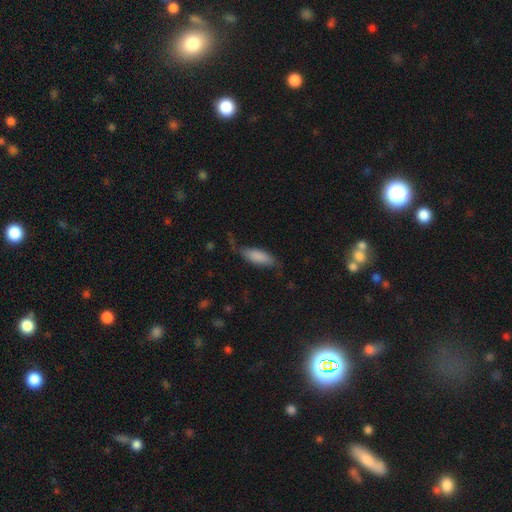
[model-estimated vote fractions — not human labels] Overall: smooth (77%). How rounded: in between (70%). Merging: none (54%; minor disturbance 29%).